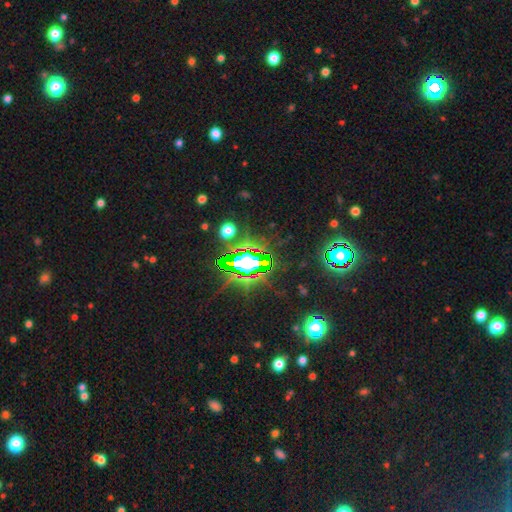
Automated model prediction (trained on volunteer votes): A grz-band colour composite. It shows a star or artifact, not a galaxy (75%).